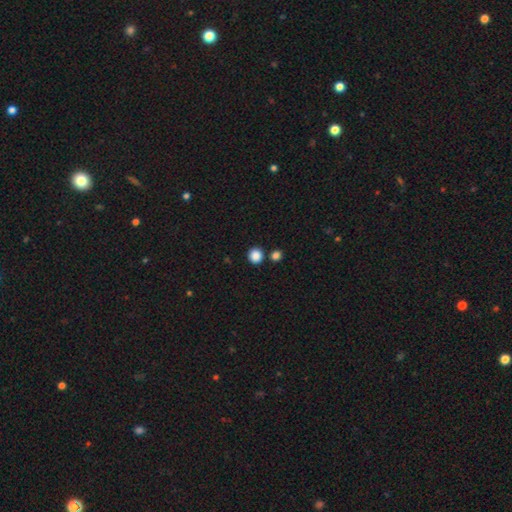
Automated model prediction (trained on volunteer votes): Overall: smooth (87%). How rounded: round (91%). Merging: none (83%).